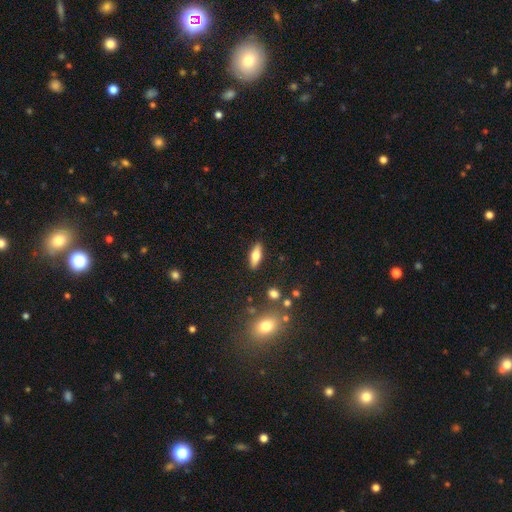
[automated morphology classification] The model was most divided on "how rounded": in between: 63%, cigar-shaped: 34%, round: 3%. More confident: merging — none (88%); smooth or featured — smooth (65%).